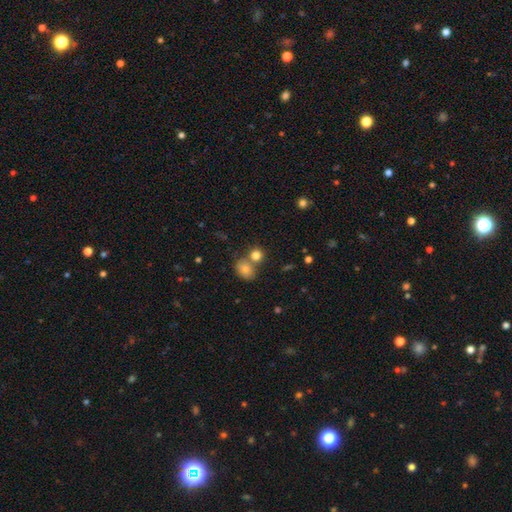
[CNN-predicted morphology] This is clearly a smooth galaxy (81%). How rounded: likely round (76%). Merging: possibly none (54%).